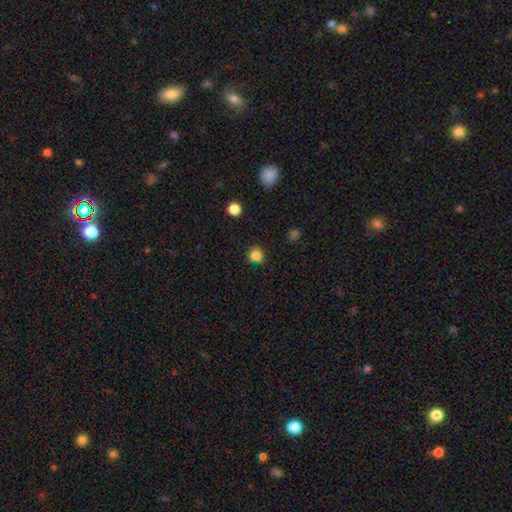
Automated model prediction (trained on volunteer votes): Smooth or featured? smooth (82%)
How rounded? round (86%)
Merging? none (78%)